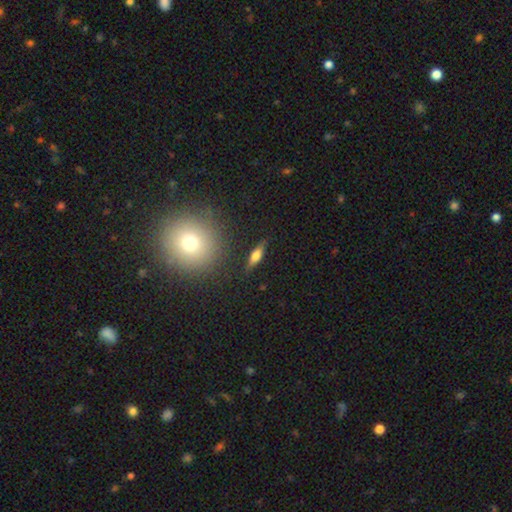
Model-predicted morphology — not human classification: Smooth or featured? Predicted: smooth (p=0.53). How rounded? Predicted: cigar-shaped (p=0.52). Merging? Predicted: none (p=0.85).